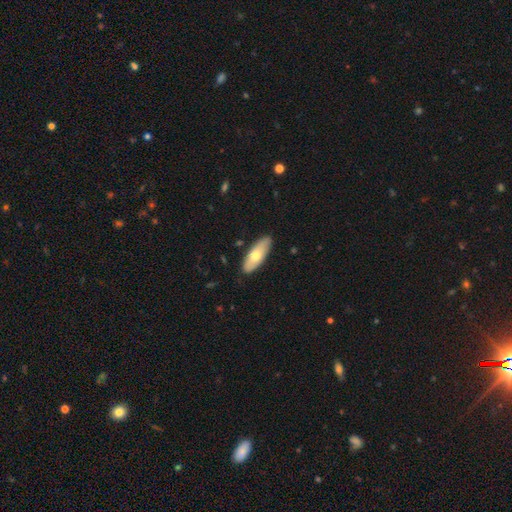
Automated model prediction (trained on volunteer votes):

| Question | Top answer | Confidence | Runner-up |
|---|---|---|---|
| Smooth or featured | smooth | 63% | featured or disk (31%) |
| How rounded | in between | 71% | cigar-shaped (26%) |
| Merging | none | 86% | minor disturbance (10%) |